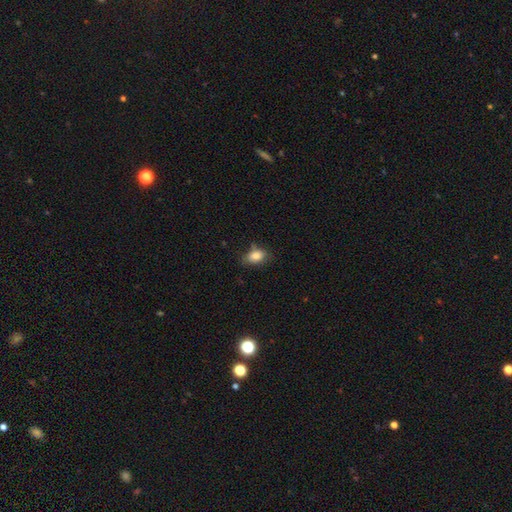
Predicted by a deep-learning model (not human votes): smooth-or-featured: smooth: 83% | star or artifact: 9% | featured or disk: 8%
  how-rounded: in between: 83% | round: 15% | cigar-shaped: 2%
  merging: none: 67% | minor disturbance: 24% | major disturbance: 5% | merger: 4%